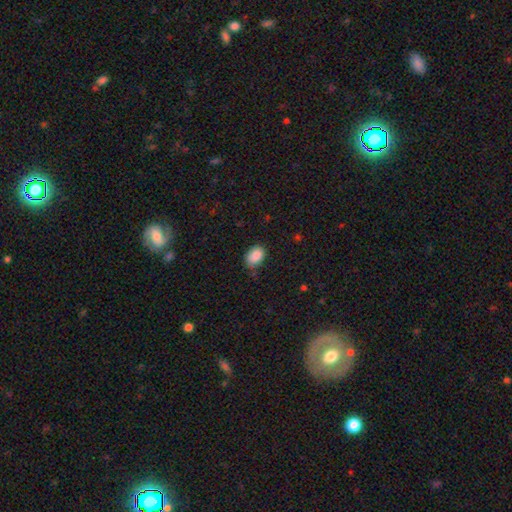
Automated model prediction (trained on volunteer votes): Q: Smooth or featured?
A: smooth (88%); runner-up: star or artifact (8%)
Q: How rounded?
A: in between (84%); runner-up: round (15%)
Q: Merging?
A: none (69%); runner-up: minor disturbance (24%)